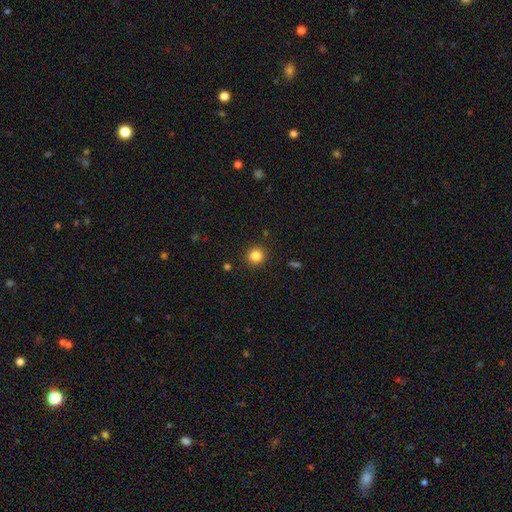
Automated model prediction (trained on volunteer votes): A smooth galaxy with no disk features (84%) that is round (93%). Merging: none (91%).